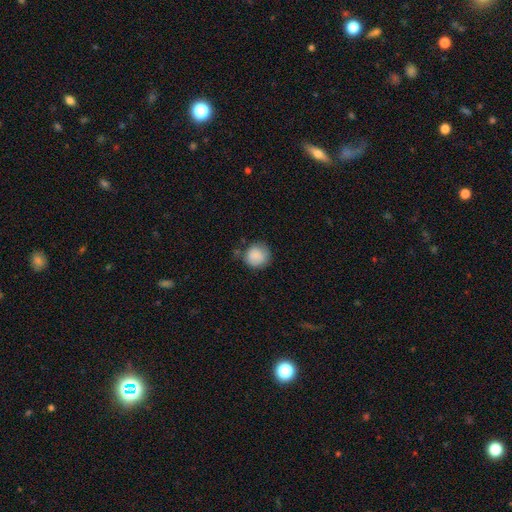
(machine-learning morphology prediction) smooth_or_featured: smooth (p=0.87) [alt: star or artifact p=0.08]
how_rounded: round (p=0.89) [alt: in between p=0.10]
merging: none (p=0.66) [alt: minor disturbance p=0.23]